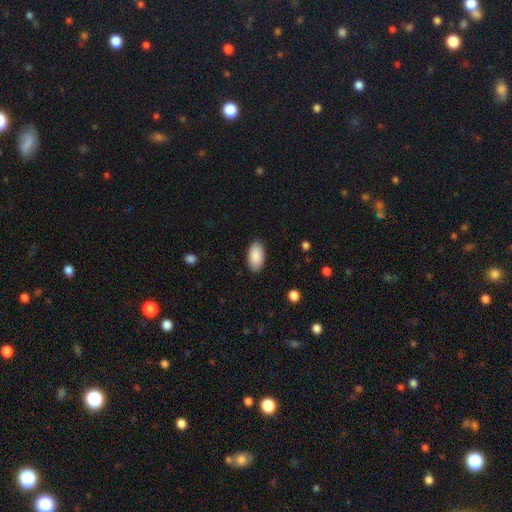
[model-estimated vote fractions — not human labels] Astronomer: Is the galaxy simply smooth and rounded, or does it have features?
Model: smooth — 90%.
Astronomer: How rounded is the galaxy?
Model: in between — 95%.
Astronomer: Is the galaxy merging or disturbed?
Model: none — 89%.